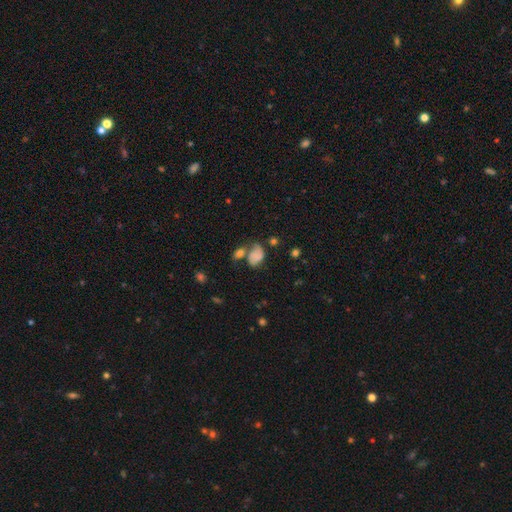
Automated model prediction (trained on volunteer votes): smooth-or-featured: smooth: 62% | featured or disk: 26% | star or artifact: 12%
  how-rounded: in between: 78% | round: 20% | cigar-shaped: 1%
  merging: merger: 31% | none: 30% | minor disturbance: 22% | major disturbance: 17%